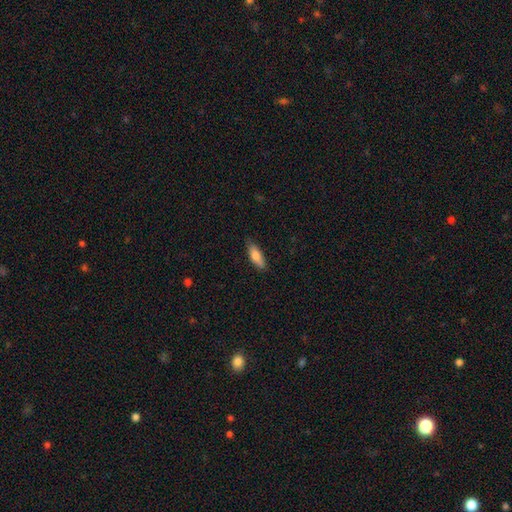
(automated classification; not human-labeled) Smooth or featured?
  - smooth: 76% *
  - featured or disk: 18%
  - star or artifact: 6%
How rounded?
  - in between: 59% *
  - cigar-shaped: 39%
  - round: 2%
Merging?
  - none: 82% *
  - minor disturbance: 15%
  - major disturbance: 2%
  - merger: 1%